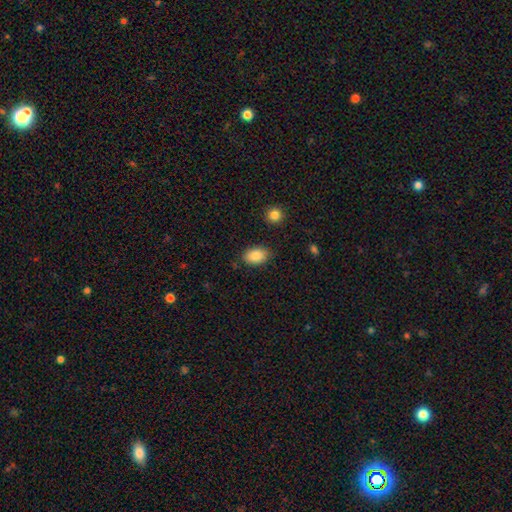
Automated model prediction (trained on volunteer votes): The model was most divided on "merging": none: 83%, minor disturbance: 12%, major disturbance: 3%, merger: 2%. More confident: smooth or featured — smooth (87%); how rounded — in between (87%).